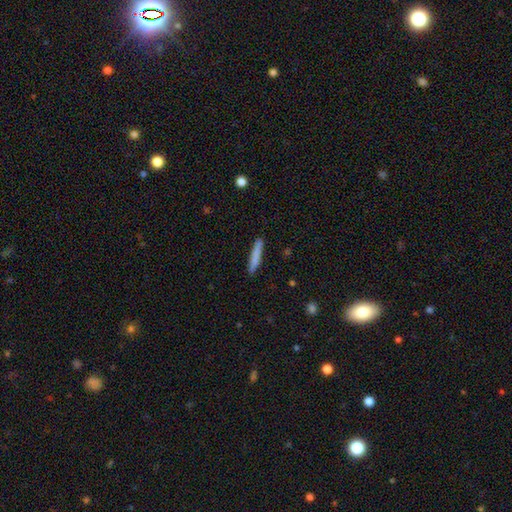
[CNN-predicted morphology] Q: Smooth or featured?
A: smooth (79%); runner-up: featured or disk (15%)
Q: How rounded?
A: cigar-shaped (94%); runner-up: in between (5%)
Q: Merging?
A: none (89%); runner-up: minor disturbance (8%)